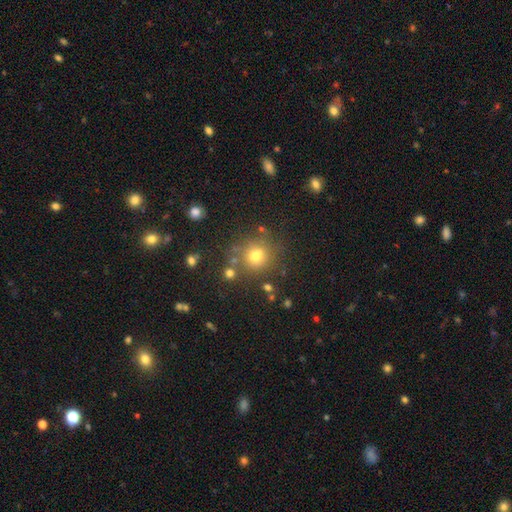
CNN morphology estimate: smooth-or-featured: smooth: 71% | star or artifact: 19% | featured or disk: 10%
  how-rounded: round: 88% | in between: 11% | cigar-shaped: 1%
  merging: none: 75% | minor disturbance: 11% | merger: 9% | major disturbance: 5%